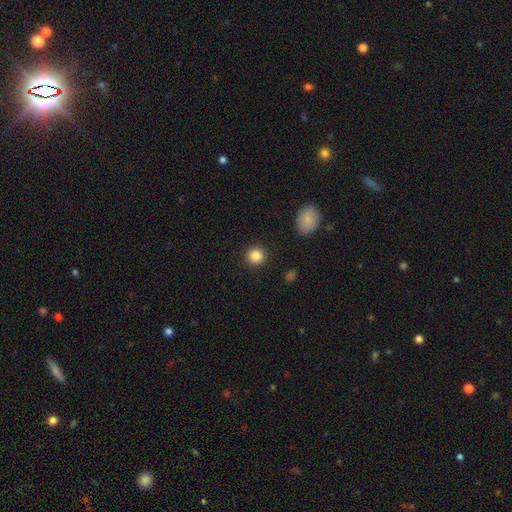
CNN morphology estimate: This appears to be a smooth galaxy with no disk features (86%) that is round (94%). Merging: none (92%).